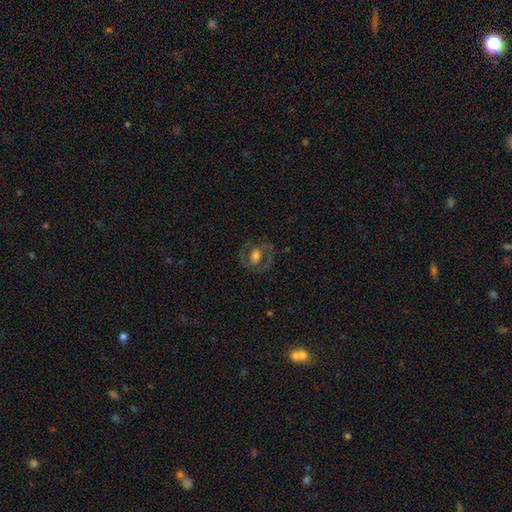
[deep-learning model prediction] This is possibly a featured or disk galaxy (54%). It is clearly not viewed edge-on (95%). Bar: possibly no (56%). Spiral arm pattern: possibly no (57%). Central bulge: marginally moderate (42%). Merging: likely none (71%).